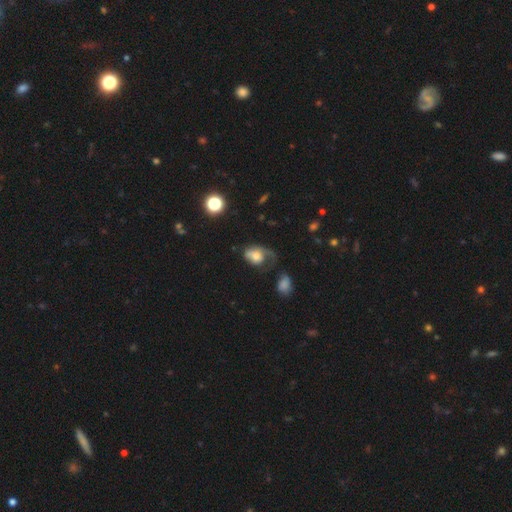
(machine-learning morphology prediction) A smooth galaxy with no disk features (56%) that is in between round and cigar-shaped (73%). Merging: major disturbance (49%).